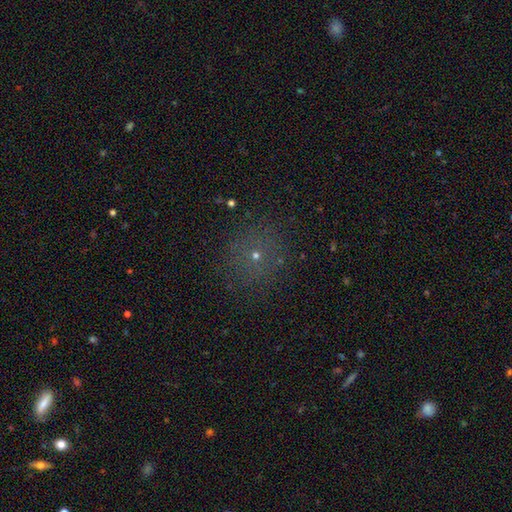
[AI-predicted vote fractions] Morphology: type=smooth (54%); roundness=round (91%); merging=none (84%).